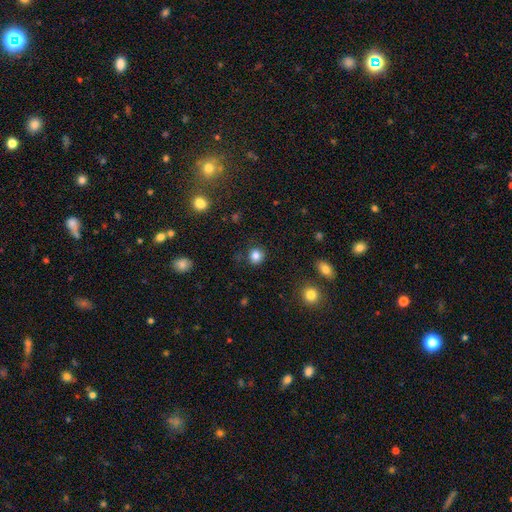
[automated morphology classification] This appears to be a smooth galaxy with no disk features (84%) that is round (87%). Merging: none (87%).